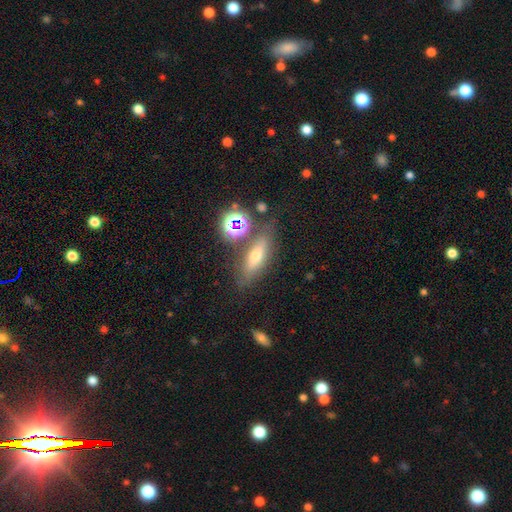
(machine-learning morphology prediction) A smooth galaxy with no disk features (50%).

Vote fractions:
- Smooth or featured? smooth: 50% / featured or disk: 32% / star or artifact: 18%
- Merging? none: 72% / minor disturbance: 15% / merger: 8% / major disturbance: 6%